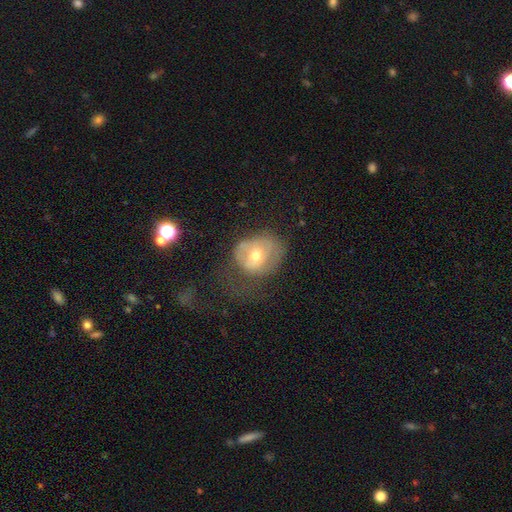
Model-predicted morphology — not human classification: This appears to be a smooth galaxy with no disk features (48%). Merging: major disturbance (37%).